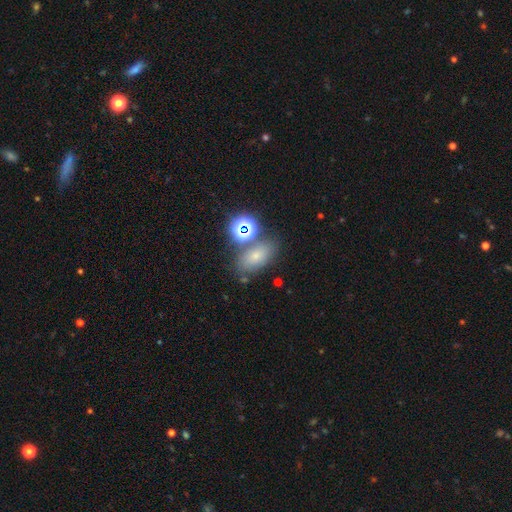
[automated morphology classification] Q: Smooth or featured?
A: smooth (61%); runner-up: star or artifact (23%)
Q: How rounded?
A: in between (76%); runner-up: round (20%)
Q: Merging?
A: none (65%); runner-up: merger (15%)